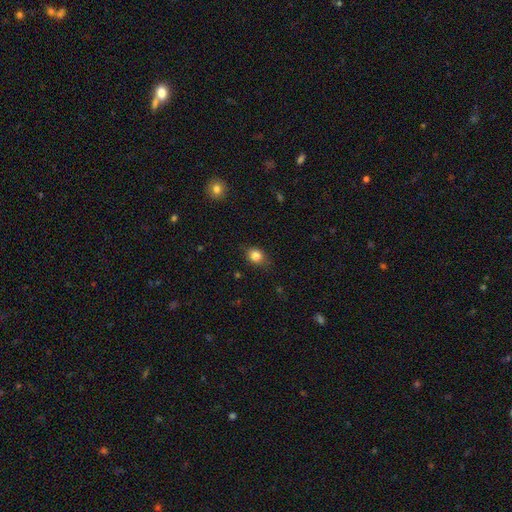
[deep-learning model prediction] smooth-or-featured: smooth: 83% | star or artifact: 11% | featured or disk: 6%
  how-rounded: round: 61% | in between: 38% | cigar-shaped: 1%
  merging: none: 79% | minor disturbance: 16% | major disturbance: 3% | merger: 1%